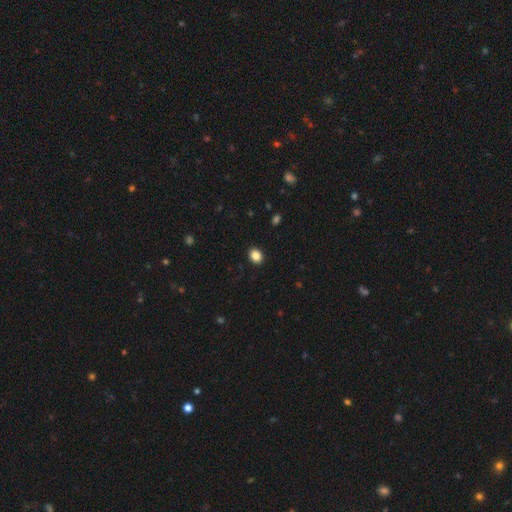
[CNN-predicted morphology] Q: Smooth or featured?
A: smooth (87%); runner-up: star or artifact (10%)
Q: How rounded?
A: round (58%); runner-up: in between (41%)
Q: Merging?
A: none (91%); runner-up: minor disturbance (6%)